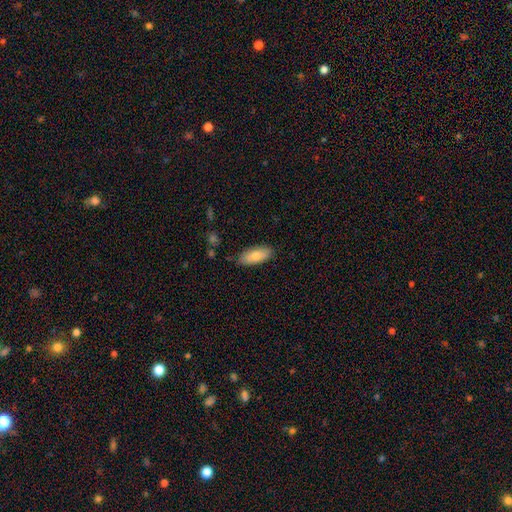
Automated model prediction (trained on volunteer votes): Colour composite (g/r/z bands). It shows a smooth galaxy with no disk features (78%) that is in between round and cigar-shaped (85%). Merging: none (85%).